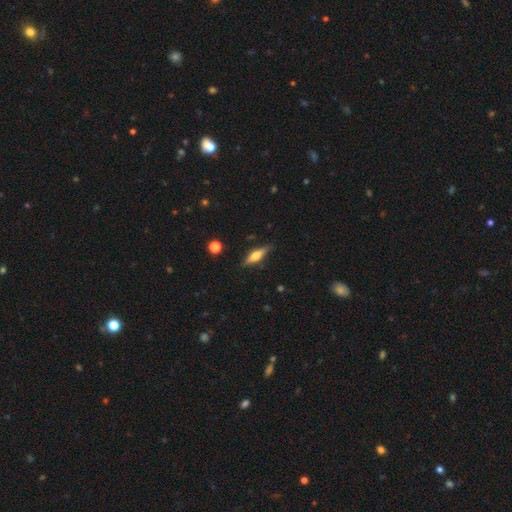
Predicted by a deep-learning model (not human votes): This is possibly a featured or disk galaxy (58%). It is clearly viewed edge-on (95%). Edge-on bulge: clearly rounded (91%). Merging: clearly none (86%).